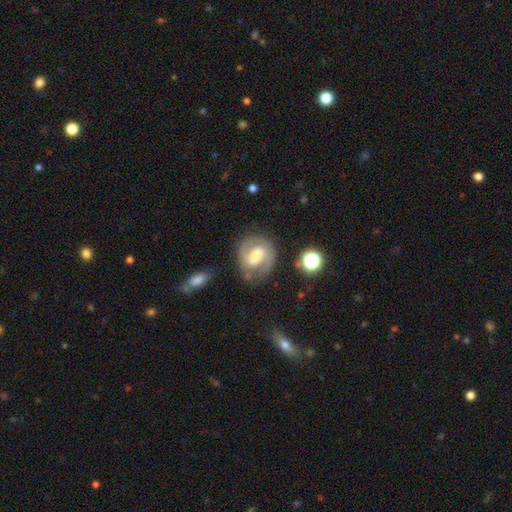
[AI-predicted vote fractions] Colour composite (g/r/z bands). It shows a featured or disk galaxy (74%) with a weak bar (49%), 2 (83%) medium (49%) spiral arms (88%) and a moderate central bulge (58%). Merging: none (73%).